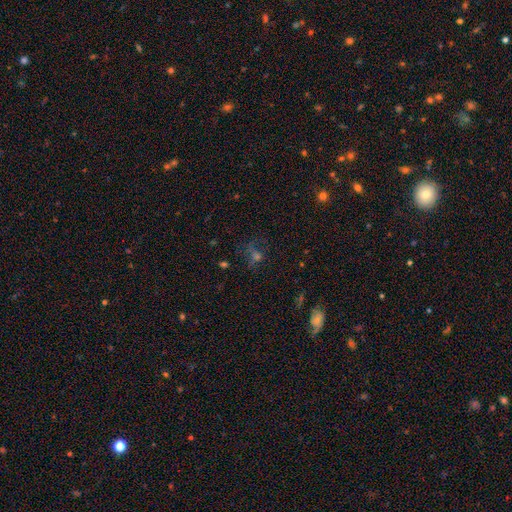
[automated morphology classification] A star or artifact, not a galaxy (44%).